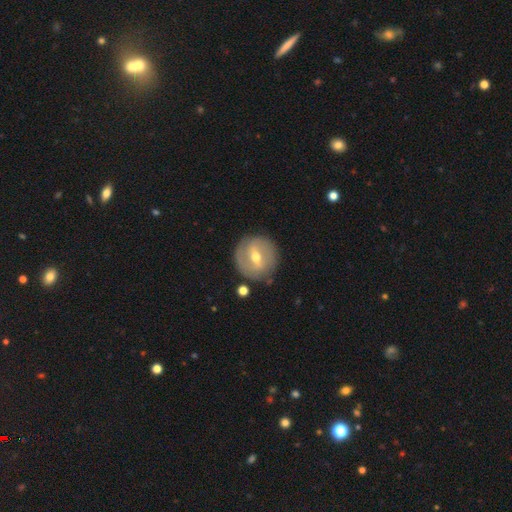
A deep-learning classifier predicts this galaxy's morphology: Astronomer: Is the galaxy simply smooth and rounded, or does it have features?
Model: featured or disk — 65%.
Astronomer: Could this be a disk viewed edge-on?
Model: no — 94%.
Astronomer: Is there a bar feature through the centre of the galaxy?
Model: weak — 48% (runner-up: strong, 36%).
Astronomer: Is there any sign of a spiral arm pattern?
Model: yes — 59% (runner-up: no, 41%).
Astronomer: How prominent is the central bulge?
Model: moderate — 68%.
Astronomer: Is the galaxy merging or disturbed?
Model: none — 83%.